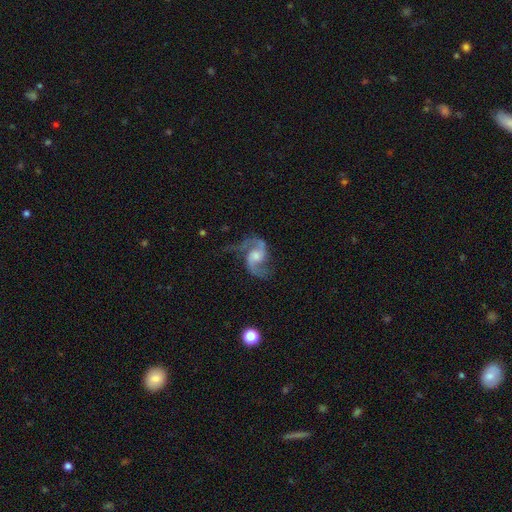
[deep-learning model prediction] A featured or disk galaxy (90%) with no bar (53%), 2 (93%) loose (51%) spiral arms (97%) and a moderate central bulge (45%). Merging: none (63%).